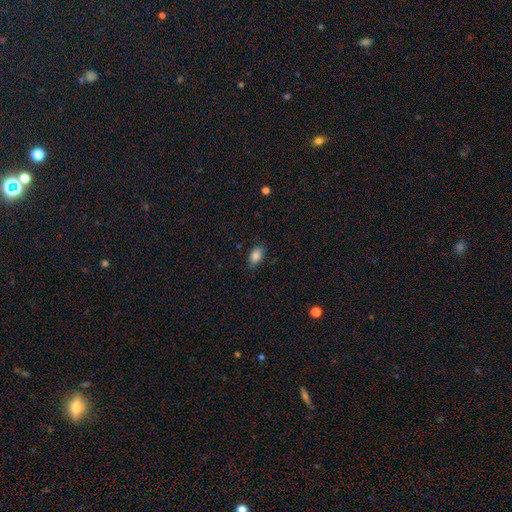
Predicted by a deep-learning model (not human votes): A smooth galaxy with no disk features (85%) that is in between round and cigar-shaped (89%). Merging: none (80%).